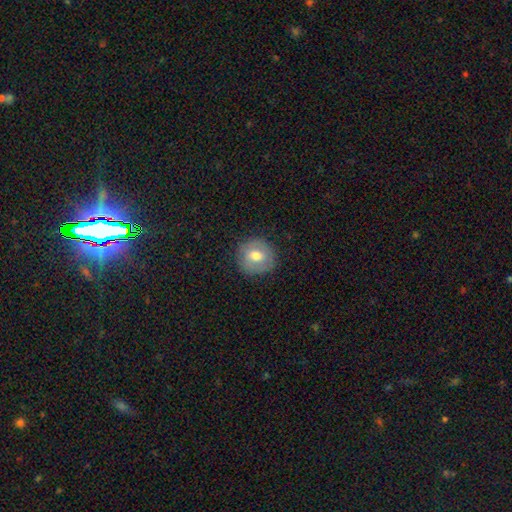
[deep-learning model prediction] This is likely a smooth galaxy (64%). How rounded: clearly round (90%). Merging: clearly none (85%).